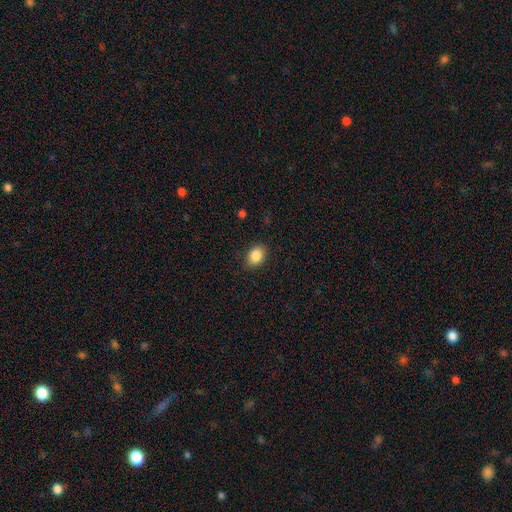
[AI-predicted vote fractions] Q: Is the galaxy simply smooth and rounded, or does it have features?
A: smooth — 87%.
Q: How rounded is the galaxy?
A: in between — 63%.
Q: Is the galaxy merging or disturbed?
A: none — 86%.